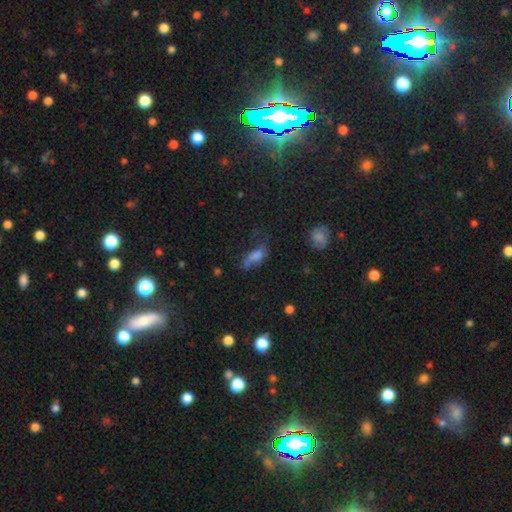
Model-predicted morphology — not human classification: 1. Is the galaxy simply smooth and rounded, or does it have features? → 52% smooth, 27% featured or disk, 21% star or artifact.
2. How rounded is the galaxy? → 69% in between, 23% cigar-shaped, 8% round.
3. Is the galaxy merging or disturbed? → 38% none, 28% major disturbance, 27% minor disturbance, 6% merger.